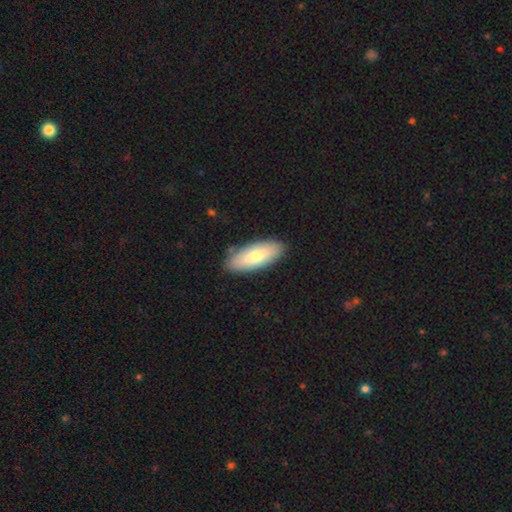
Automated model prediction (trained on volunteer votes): This is likely a smooth galaxy (73%). How rounded: likely in between (77%). Merging: clearly none (87%).